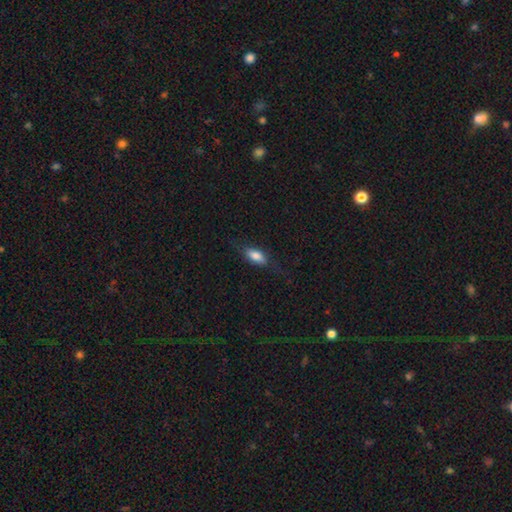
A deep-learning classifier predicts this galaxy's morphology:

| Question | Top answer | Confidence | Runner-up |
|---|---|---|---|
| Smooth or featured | smooth | 75% | featured or disk (18%) |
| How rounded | in between | 81% | cigar-shaped (16%) |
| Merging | none | 70% | minor disturbance (20%) |